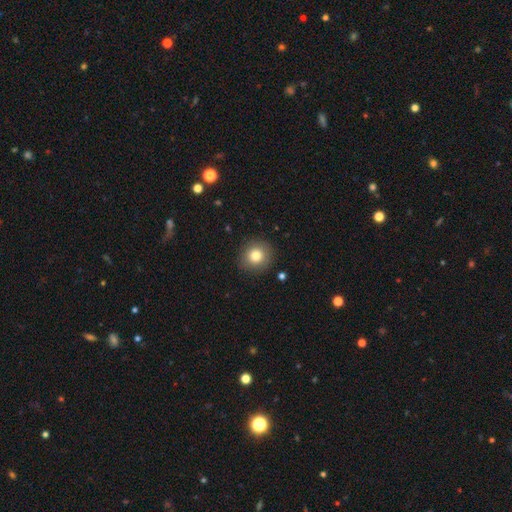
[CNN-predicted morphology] A smooth galaxy with no disk features (80%) that is round (87%).

Vote fractions:
- Smooth or featured? smooth: 80% / star or artifact: 10% / featured or disk: 9%
- How rounded? round: 87% / in between: 12% / cigar-shaped: 1%
- Merging? none: 89% / minor disturbance: 7% / major disturbance: 2% / merger: 1%